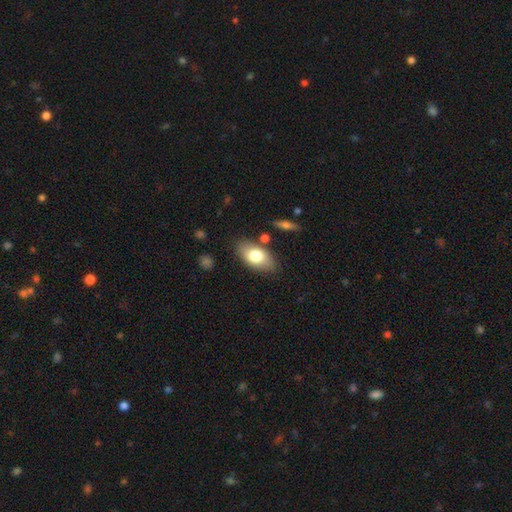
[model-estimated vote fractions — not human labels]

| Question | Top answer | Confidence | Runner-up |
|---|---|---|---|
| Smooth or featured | smooth | 75% | featured or disk (18%) |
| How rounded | in between | 92% | round (5%) |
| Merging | none | 81% | minor disturbance (12%) |